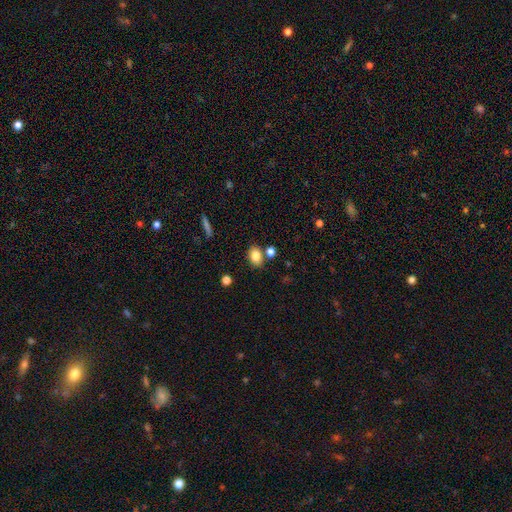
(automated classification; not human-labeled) Smooth or featured? Predicted: smooth (p=0.83). How rounded? Predicted: in between (p=0.68). Merging? Predicted: none (p=0.76).